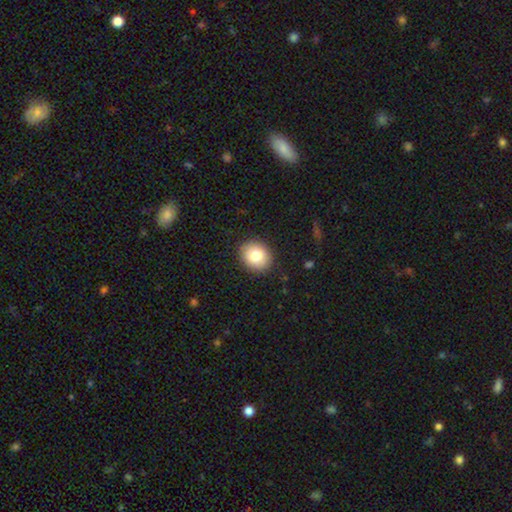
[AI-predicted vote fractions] Smooth or featured? smooth (81%)
How rounded? round (65%)
Merging? none (89%)